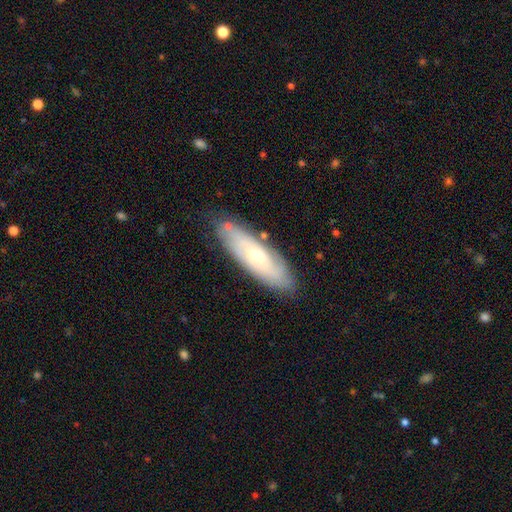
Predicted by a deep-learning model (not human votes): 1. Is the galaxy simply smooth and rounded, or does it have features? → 56% featured or disk, 37% smooth, 6% star or artifact.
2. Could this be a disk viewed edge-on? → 75% no, 25% yes.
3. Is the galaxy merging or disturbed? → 79% none, 16% minor disturbance, 3% major disturbance, 2% merger.